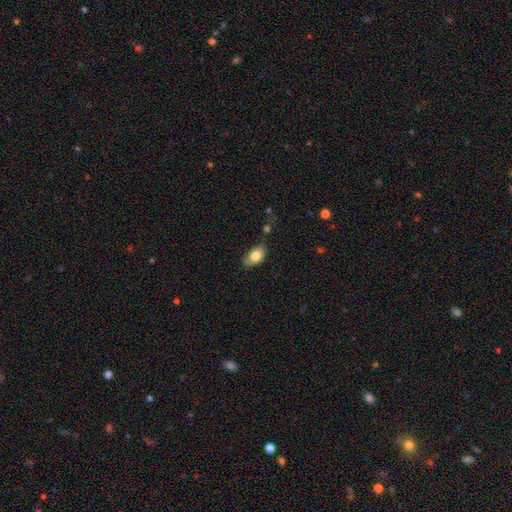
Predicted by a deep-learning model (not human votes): A smooth galaxy with no disk features (79%) that is in between round and cigar-shaped (90%).

Vote fractions:
- Smooth or featured? smooth: 79% / featured or disk: 14% / star or artifact: 7%
- How rounded? in between: 90% / round: 7% / cigar-shaped: 3%
- Merging? none: 68% / minor disturbance: 24% / major disturbance: 5% / merger: 3%